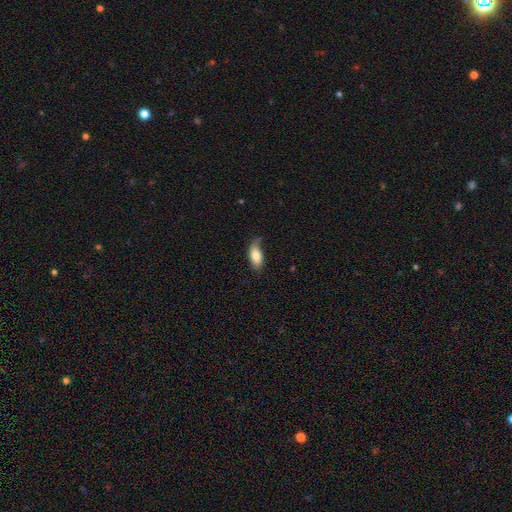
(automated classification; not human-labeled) Smooth or featured? Predicted: smooth (p=0.78). How rounded? Predicted: in between (p=0.88). Merging? Predicted: none (p=0.53).